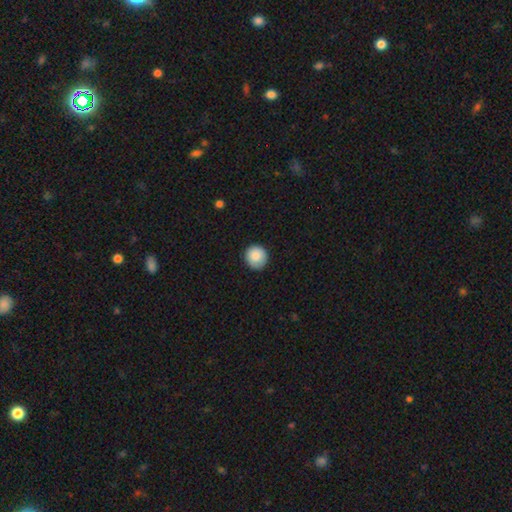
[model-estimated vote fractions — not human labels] smooth-or-featured: smooth: 87% | star or artifact: 8% | featured or disk: 5%
  how-rounded: round: 93% | in between: 6% | cigar-shaped: 1%
  merging: none: 89% | minor disturbance: 8% | major disturbance: 2% | merger: 1%